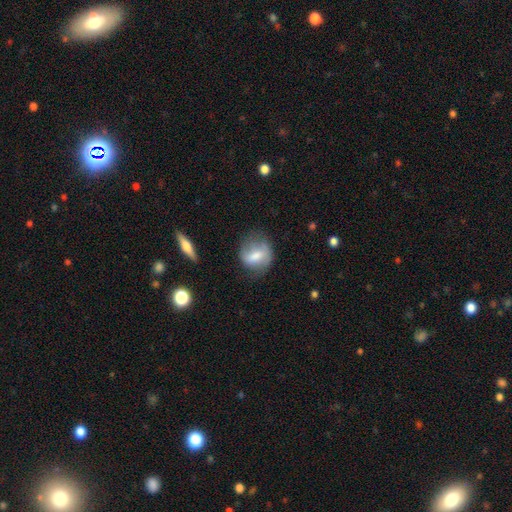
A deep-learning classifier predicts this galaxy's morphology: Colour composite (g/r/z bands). It shows a smooth galaxy with no disk features (58%) that is round (59%). Merging: none (56%).